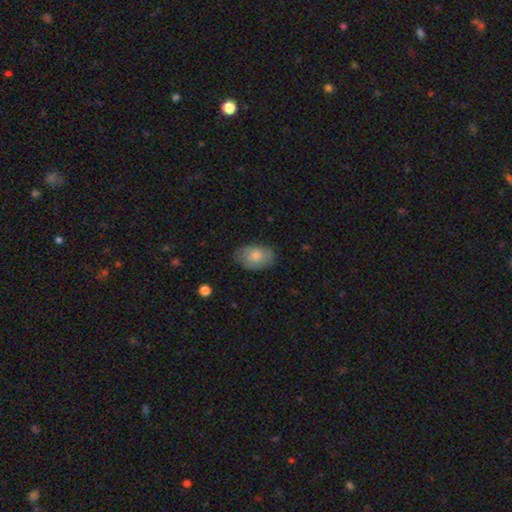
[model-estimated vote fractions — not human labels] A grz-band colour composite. It shows a smooth galaxy with no disk features (77%) that is in between round and cigar-shaped (88%). Merging: none (70%).